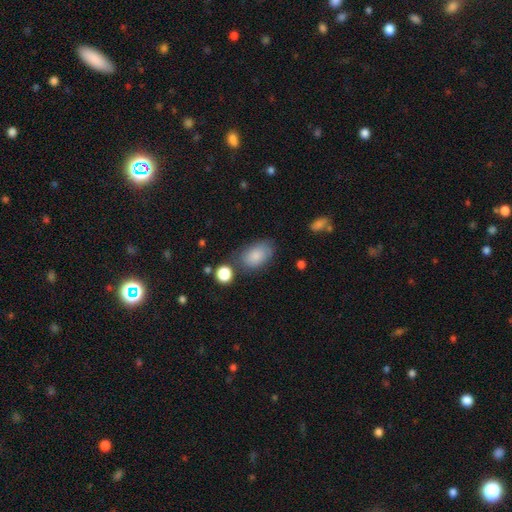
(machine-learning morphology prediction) smooth 82%, featured or disk 10%, star or artifact 8%. Down the decision tree: how rounded — in between (90%); merging — none (66%).